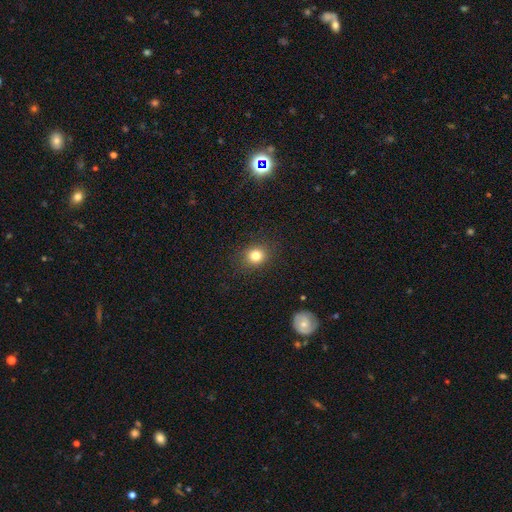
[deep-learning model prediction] This appears to be a smooth galaxy with no disk features (80%) that is round (75%). Merging: none (87%).